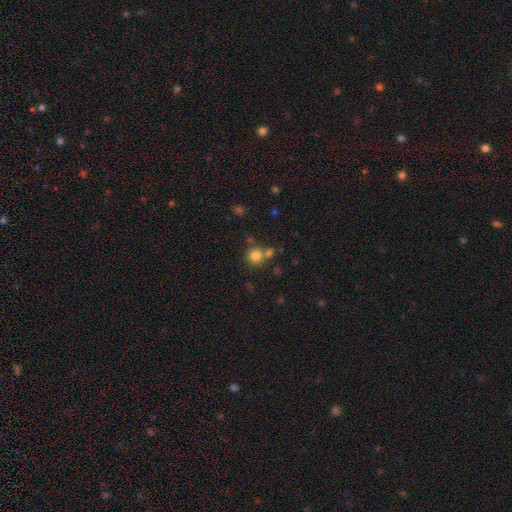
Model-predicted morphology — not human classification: A smooth galaxy with no disk features (80%) that is round (89%).

Vote fractions:
- Smooth or featured? smooth: 80% / star or artifact: 13% / featured or disk: 7%
- How rounded? round: 89% / in between: 10% / cigar-shaped: 1%
- Merging? none: 65% / merger: 22% / minor disturbance: 9% / major disturbance: 4%